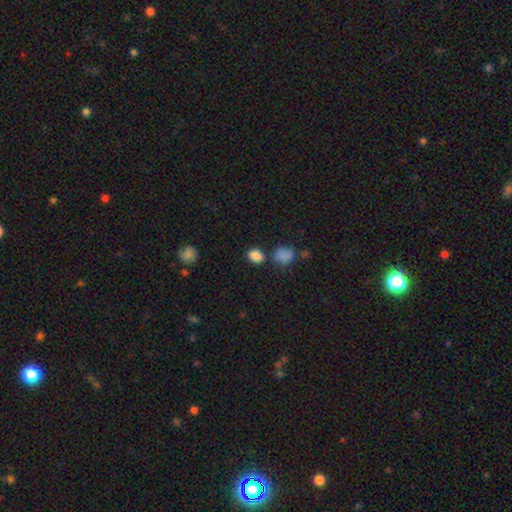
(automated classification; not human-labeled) Smooth or featured? Predicted: smooth (p=0.84). How rounded? Predicted: in between (p=0.66). Merging? Predicted: none (p=0.70).